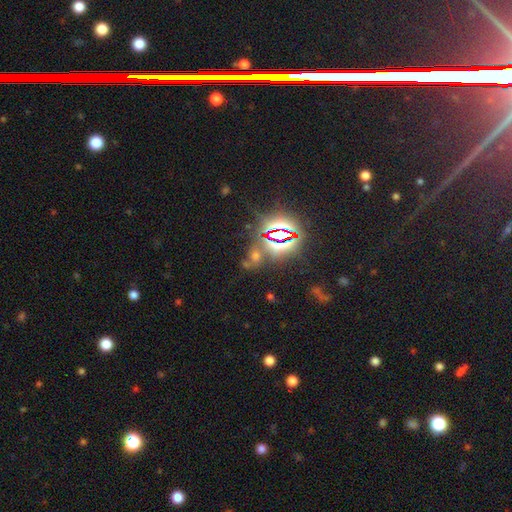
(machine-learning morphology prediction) The model was most divided on "smooth or featured": star or artifact: 64%, smooth: 25%, featured or disk: 11%.